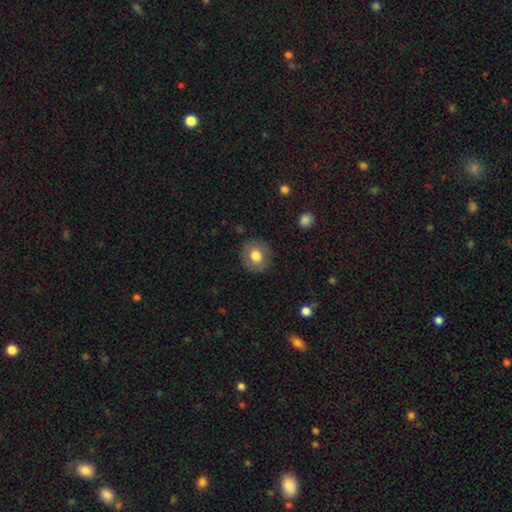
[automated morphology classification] Smooth or featured? smooth (75%)
How rounded? round (88%)
Merging? none (88%)